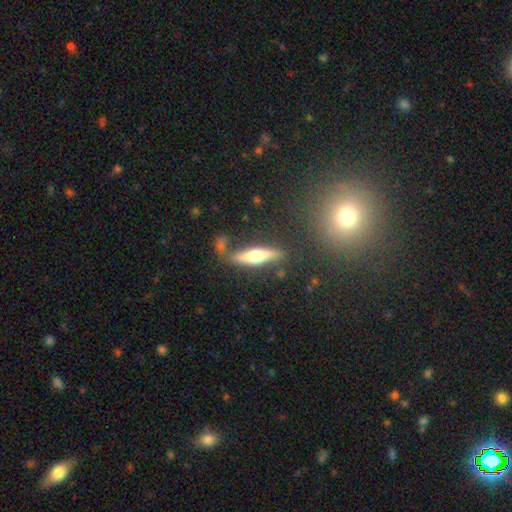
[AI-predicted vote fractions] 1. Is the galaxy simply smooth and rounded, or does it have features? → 52% featured or disk, 41% smooth, 6% star or artifact.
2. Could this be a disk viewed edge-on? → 87% yes, 13% no.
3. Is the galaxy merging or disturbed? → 63% none, 19% minor disturbance, 10% merger, 9% major disturbance.